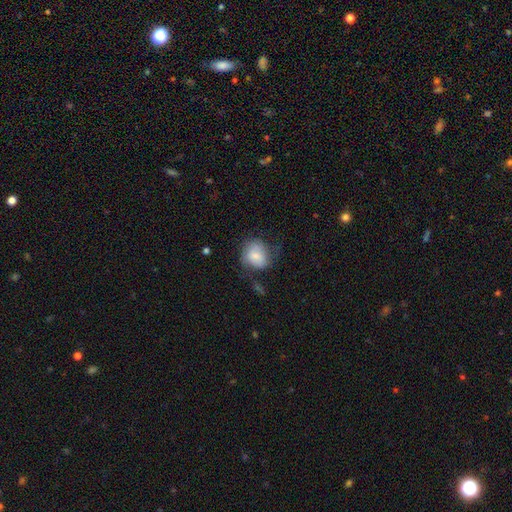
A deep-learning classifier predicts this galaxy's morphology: Smooth or featured?
  - smooth: 74% *
  - featured or disk: 19%
  - star or artifact: 8%
How rounded?
  - round: 61% *
  - in between: 38%
  - cigar-shaped: 1%
Merging?
  - none: 46% *
  - minor disturbance: 30%
  - major disturbance: 20%
  - merger: 4%